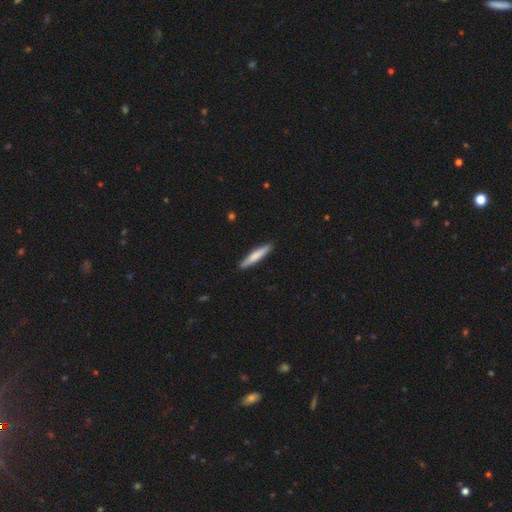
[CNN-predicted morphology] smooth_or_featured: smooth (p=0.72) [alt: featured or disk p=0.23]
how_rounded: cigar-shaped (p=0.92) [alt: in between p=0.07]
merging: none (p=0.90) [alt: minor disturbance p=0.07]